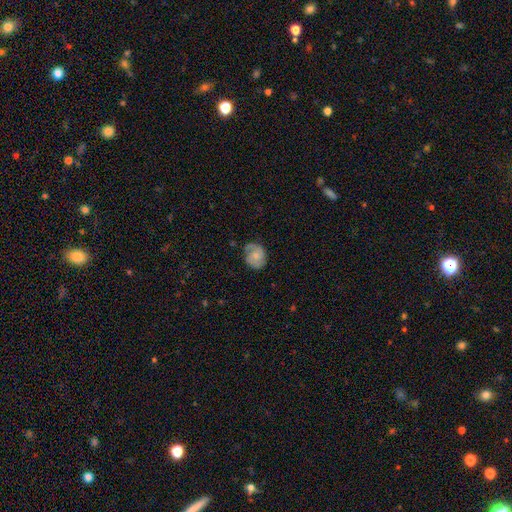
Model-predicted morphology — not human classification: smooth_or_featured: featured or disk (p=0.50) [alt: smooth p=0.42]
disk_edge_on: no (p=0.97) [alt: yes p=0.03]
merging: none (p=0.66) [alt: minor disturbance p=0.24]